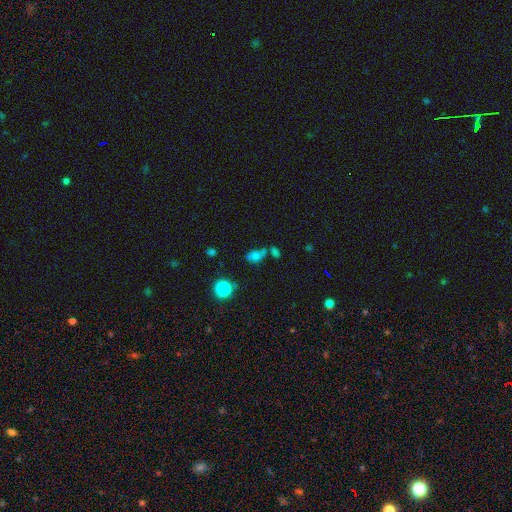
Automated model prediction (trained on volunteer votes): Smooth or featured? smooth (65%)
How rounded? in between (75%)
Merging? none (40%)